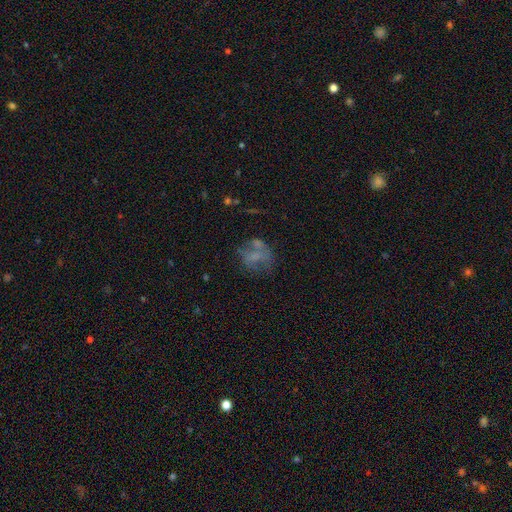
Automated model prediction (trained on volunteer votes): Smooth or featured? Predicted: smooth (p=0.45). Merging? Predicted: none (p=0.42).